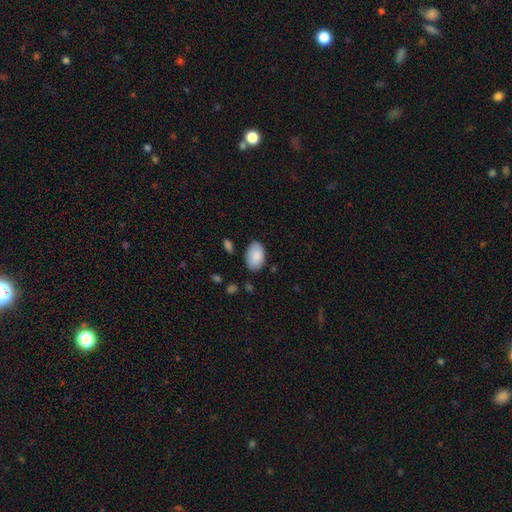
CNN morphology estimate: Q: Smooth or featured?
A: smooth (87%); runner-up: featured or disk (7%)
Q: How rounded?
A: in between (93%); runner-up: round (6%)
Q: Merging?
A: none (80%); runner-up: minor disturbance (15%)